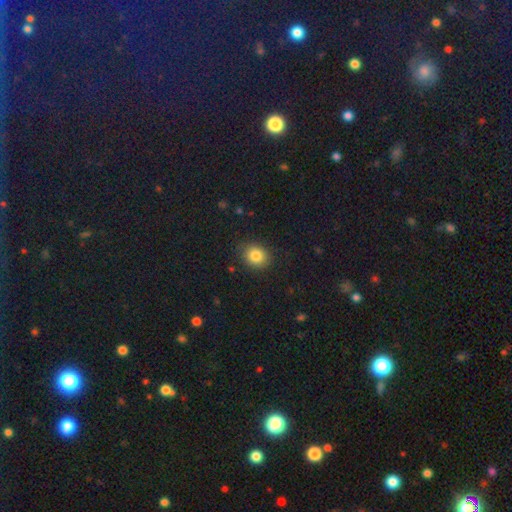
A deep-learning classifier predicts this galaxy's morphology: smooth_or_featured: smooth (p=0.83) [alt: star or artifact p=0.10]
how_rounded: round (p=0.67) [alt: in between p=0.32]
merging: none (p=0.86) [alt: minor disturbance p=0.10]